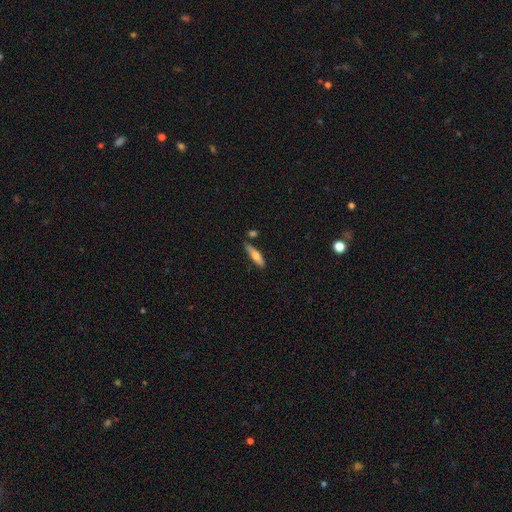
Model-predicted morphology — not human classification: The model was most divided on "smooth or featured": smooth: 61%, featured or disk: 33%, star or artifact: 6%. More confident: merging — none (76%); how rounded — cigar-shaped (67%).